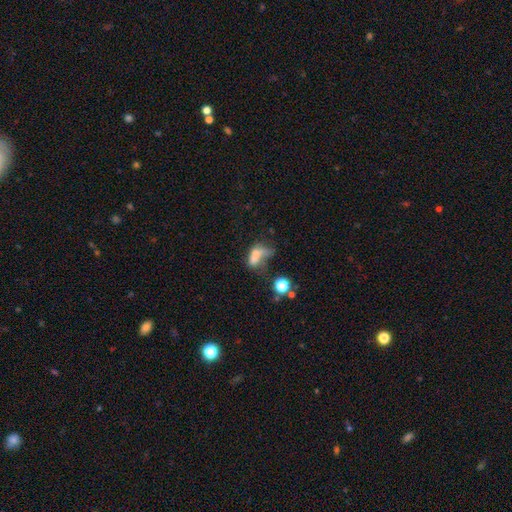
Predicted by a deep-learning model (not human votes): The model was most divided on "merging": major disturbance: 41%, merger: 26%, none: 18%, minor disturbance: 15%. More confident: how rounded — in between (70%); smooth or featured — smooth (57%).